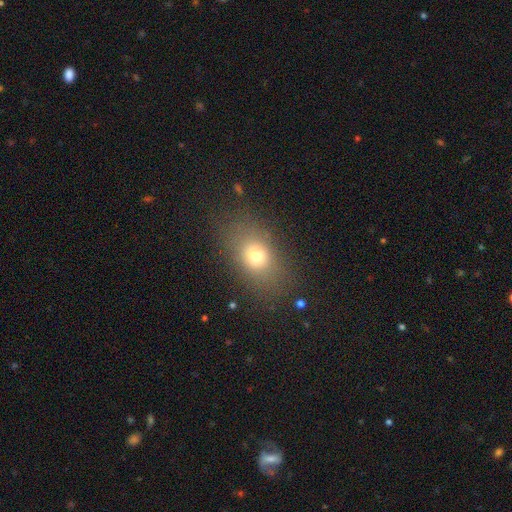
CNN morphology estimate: smooth-or-featured: smooth: 71% | star or artifact: 15% | featured or disk: 14%
  how-rounded: in between: 65% | round: 32% | cigar-shaped: 3%
  merging: none: 79% | minor disturbance: 13% | major disturbance: 7% | merger: 2%